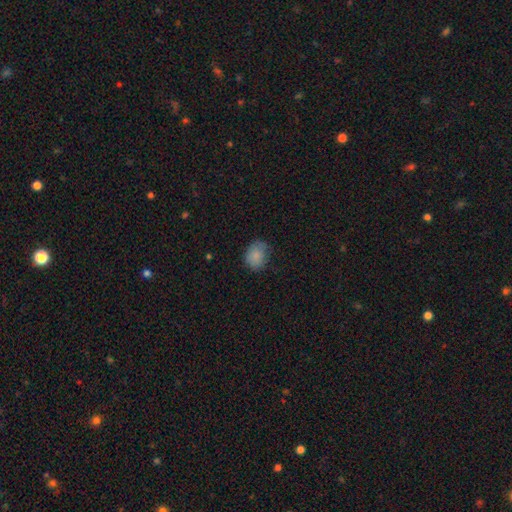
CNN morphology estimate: Q: Smooth or featured?
A: smooth (83%); runner-up: star or artifact (9%)
Q: How rounded?
A: round (51%); runner-up: in between (49%)
Q: Merging?
A: none (67%); runner-up: minor disturbance (25%)